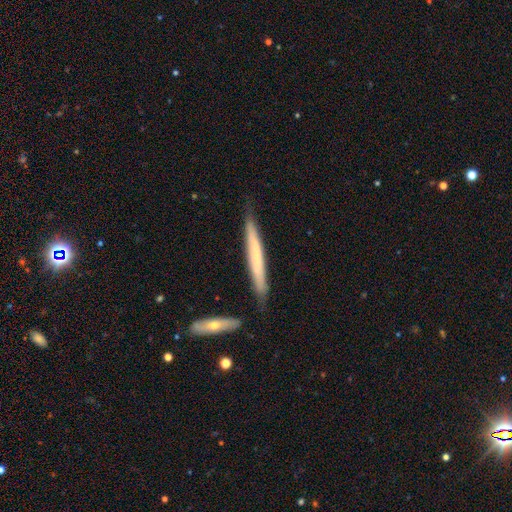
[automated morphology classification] Overall: smooth (49%; featured or disk 45%). Merging: none (79%).